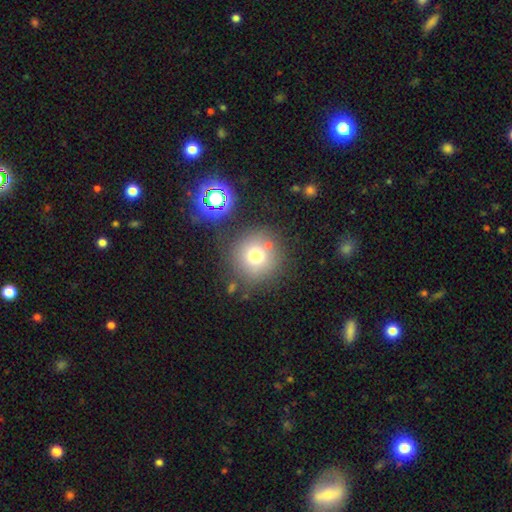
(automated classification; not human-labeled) Overall: smooth (71%). How rounded: round (94%). Merging: none (76%).